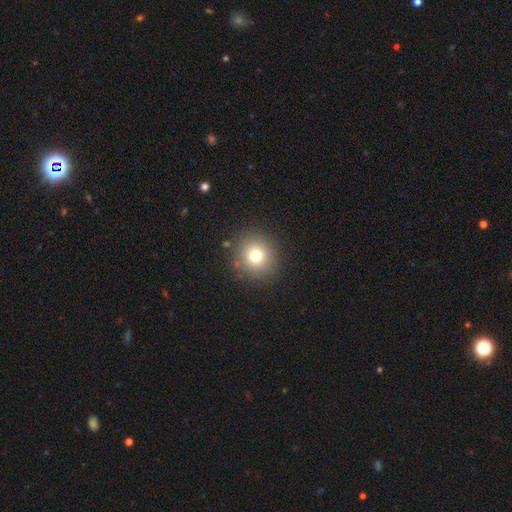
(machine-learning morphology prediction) Overall: smooth (75%). How rounded: round (91%). Merging: none (88%).